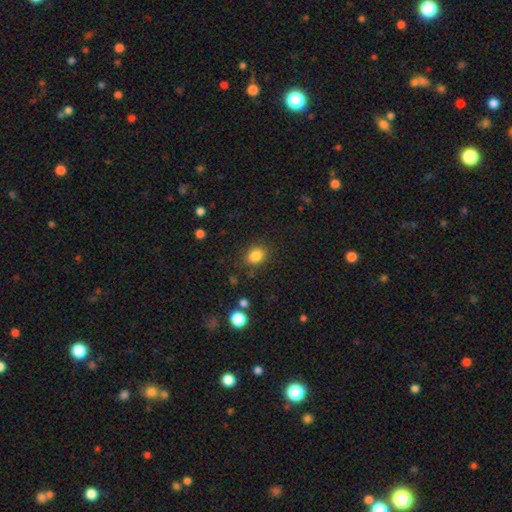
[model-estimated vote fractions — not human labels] Overall: smooth (84%). How rounded: round (60%; in between 39%). Merging: none (84%).